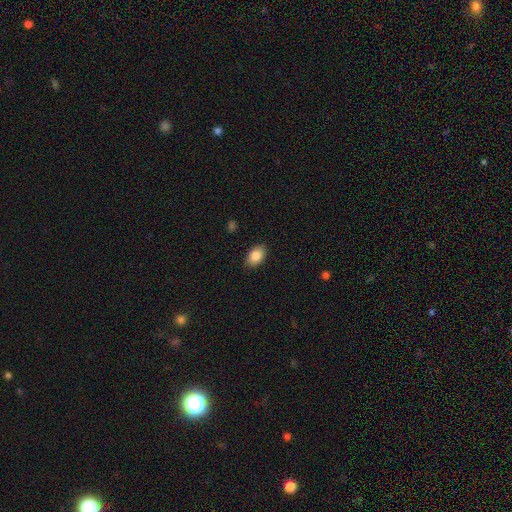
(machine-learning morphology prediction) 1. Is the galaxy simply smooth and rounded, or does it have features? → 86% smooth, 7% star or artifact, 7% featured or disk.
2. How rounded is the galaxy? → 89% in between, 10% round, 1% cigar-shaped.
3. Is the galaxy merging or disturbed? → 88% none, 9% minor disturbance, 2% major disturbance, 1% merger.